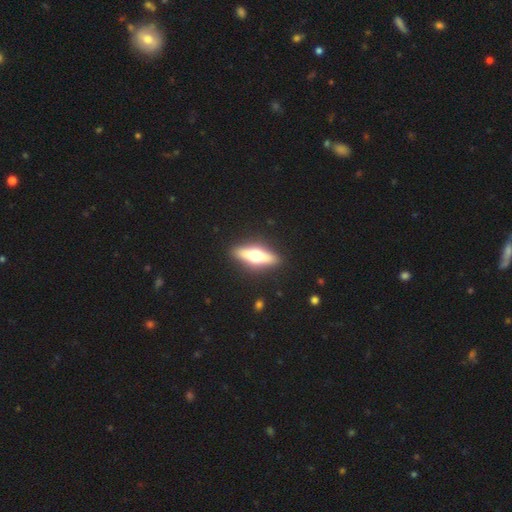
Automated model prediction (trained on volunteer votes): This is possibly a featured or disk galaxy (59%). It is clearly viewed edge-on (92%). Edge-on bulge: clearly rounded (95%). Merging: clearly none (90%).